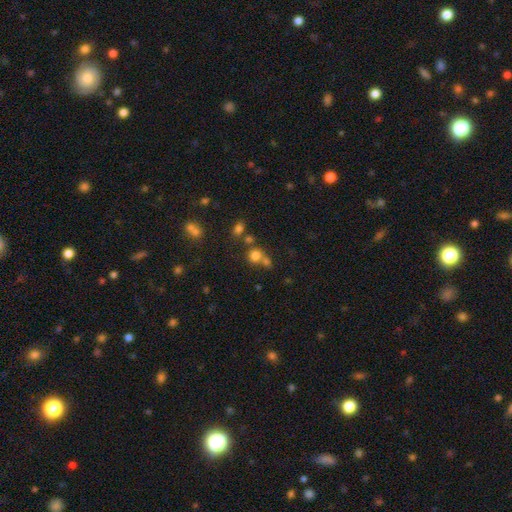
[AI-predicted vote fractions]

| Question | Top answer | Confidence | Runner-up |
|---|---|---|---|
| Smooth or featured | smooth | 74% | star or artifact (17%) |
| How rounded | round | 82% | in between (16%) |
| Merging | none | 49% | merger (38%) |